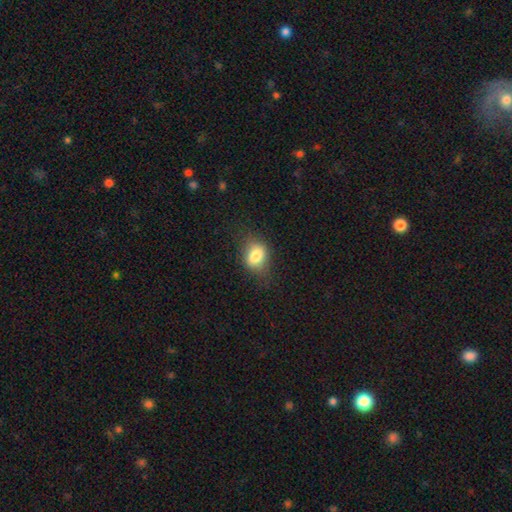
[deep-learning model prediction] This is likely a smooth galaxy (79%). How rounded: likely in between (72%). Merging: likely none (68%).